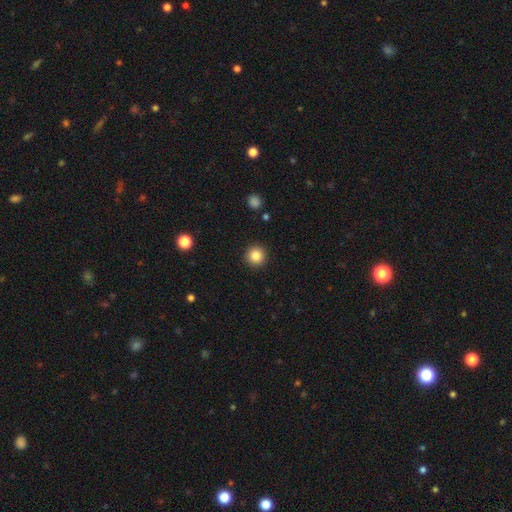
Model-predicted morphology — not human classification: Smooth or featured: smooth — 85% (star or artifact — 10%)
How rounded: round — 95% (in between — 4%)
Merging: none — 93% (minor disturbance — 5%)